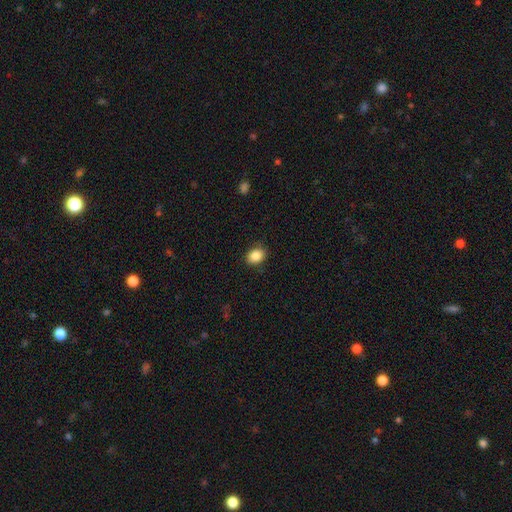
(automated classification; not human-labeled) Smooth or featured: smooth — 88% (star or artifact — 8%)
How rounded: in between — 64% (round — 35%)
Merging: none — 87% (minor disturbance — 10%)